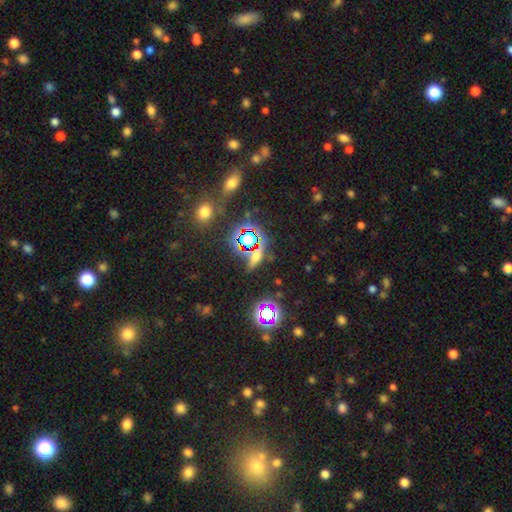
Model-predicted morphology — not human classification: Smooth or featured? Predicted: star or artifact (p=0.47).